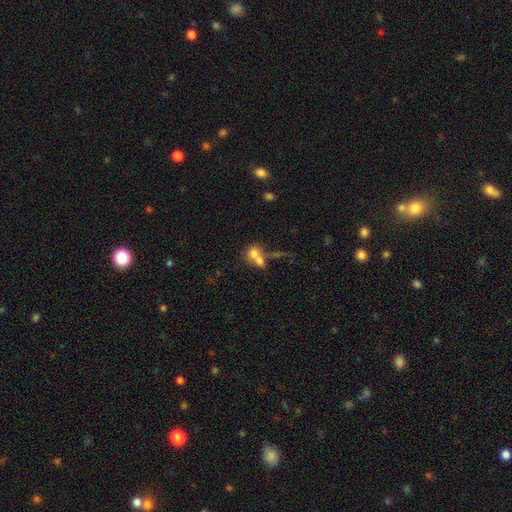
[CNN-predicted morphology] Smooth or featured?
  - smooth: 67% *
  - featured or disk: 21%
  - star or artifact: 12%
How rounded?
  - round: 54% *
  - in between: 43%
  - cigar-shaped: 3%
Merging?
  - merger: 63% *
  - none: 23%
  - major disturbance: 7%
  - minor disturbance: 7%